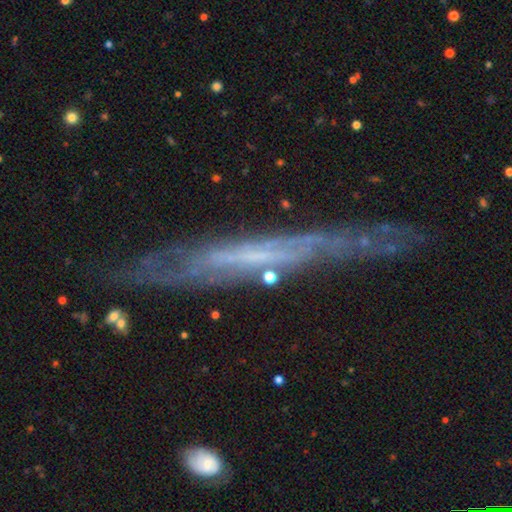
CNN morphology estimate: smooth_or_featured: featured or disk (p=0.73) [alt: smooth p=0.17]
disk_edge_on: yes (p=0.72) [alt: no p=0.28]
edge_on_bulge: none (p=0.82) [alt: rounded p=0.11]
merging: none (p=0.71) [alt: minor disturbance p=0.19]